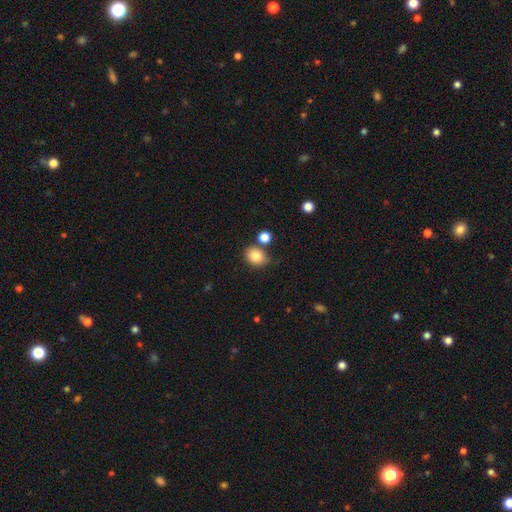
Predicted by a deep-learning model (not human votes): smooth_or_featured: smooth (p=0.82) [alt: star or artifact p=0.10]
how_rounded: round (p=0.57) [alt: in between p=0.42]
merging: none (p=0.67) [alt: minor disturbance p=0.16]